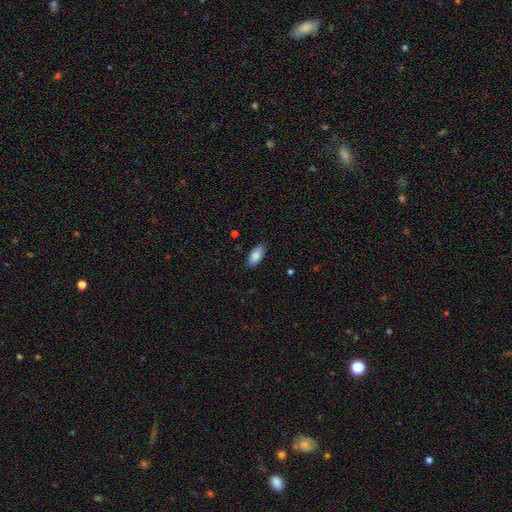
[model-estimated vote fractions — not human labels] smooth 85%, featured or disk 8%, star or artifact 6%. Down the decision tree: how rounded — in between (89%); merging — none (85%).